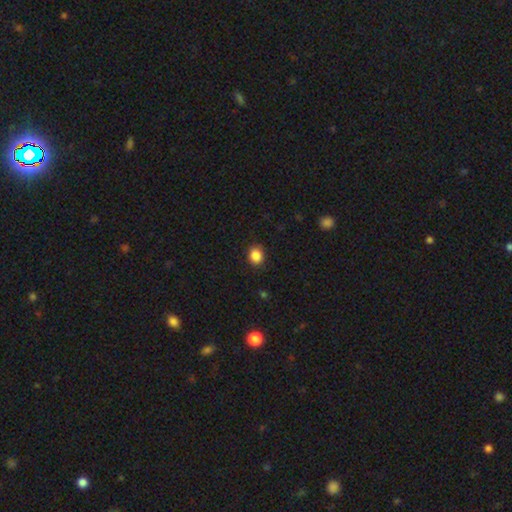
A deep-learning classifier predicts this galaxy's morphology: Overall: smooth (87%). How rounded: round (72%). Merging: none (88%).